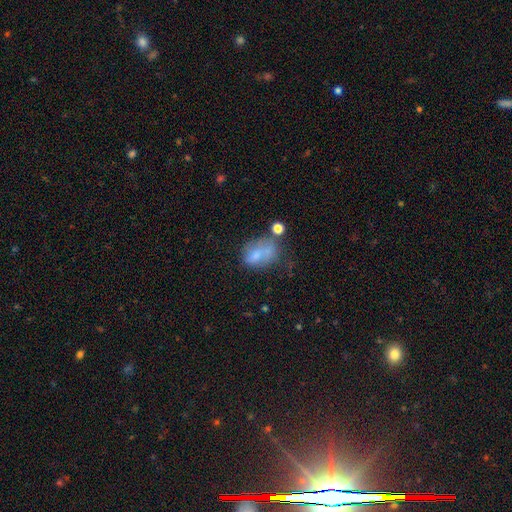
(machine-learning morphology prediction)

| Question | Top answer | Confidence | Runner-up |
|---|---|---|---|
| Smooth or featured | smooth | 62% | featured or disk (26%) |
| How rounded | in between | 76% | round (22%) |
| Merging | none | 30% | merger (26%) |